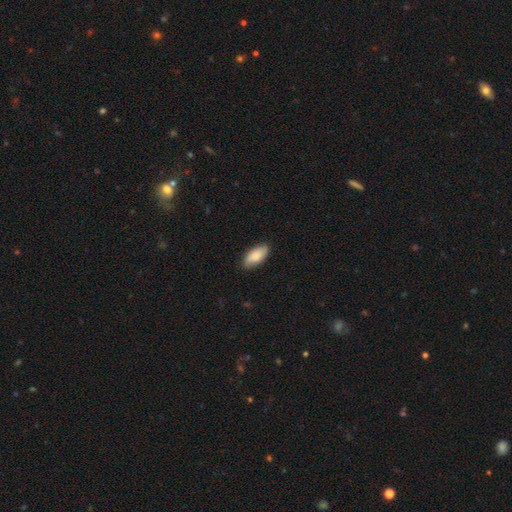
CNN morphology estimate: This is clearly a smooth galaxy (86%). How rounded: clearly in between (88%). Merging: clearly none (85%).